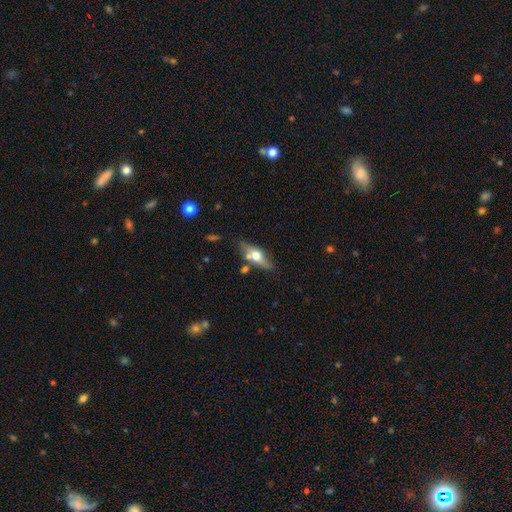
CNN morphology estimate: This appears to be a featured or disk galaxy (48%). Merging: none (71%).